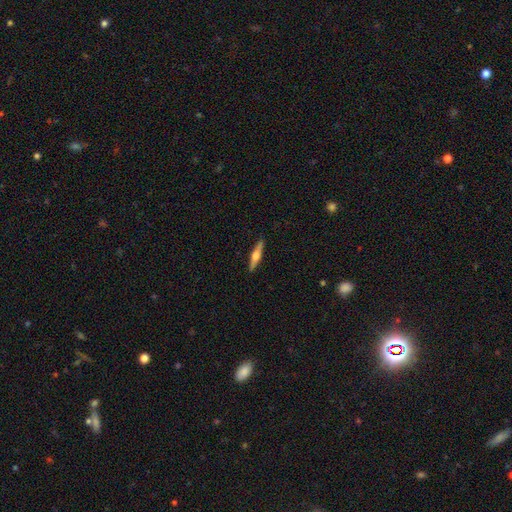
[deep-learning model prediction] Overall: featured or disk (64%; smooth 30%). Edge-on disk: yes (97%). Edge-on bulge: rounded (93%). Merging: none (92%).